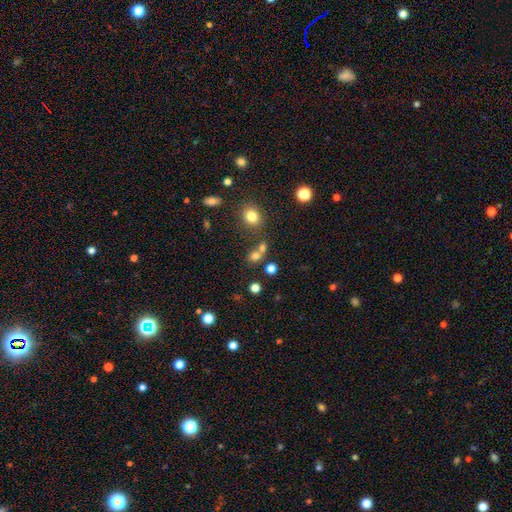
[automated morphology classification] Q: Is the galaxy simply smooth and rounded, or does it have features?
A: smooth — 71%.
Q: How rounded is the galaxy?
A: round — 71%.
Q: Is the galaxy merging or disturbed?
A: none — 49%.